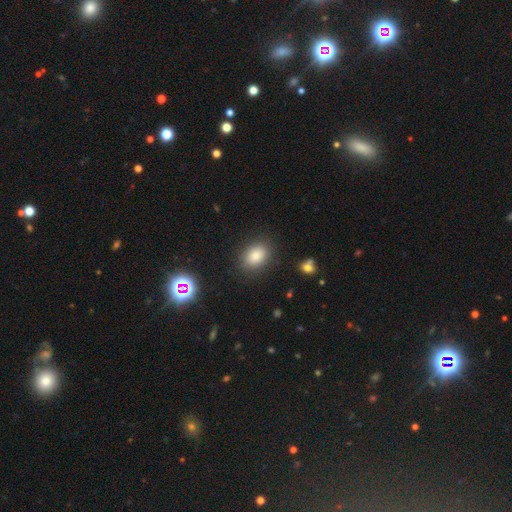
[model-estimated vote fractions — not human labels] Morphology: type=smooth (84%); roundness=in between (68%); merging=none (85%).